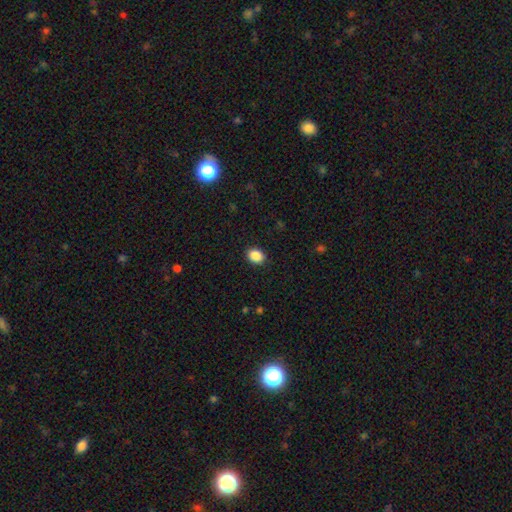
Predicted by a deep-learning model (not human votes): A smooth galaxy with no disk features (89%) that is in between round and cigar-shaped (66%).

Vote fractions:
- Smooth or featured? smooth: 89% / star or artifact: 8% / featured or disk: 3%
- How rounded? in between: 66% / round: 33% / cigar-shaped: 1%
- Merging? none: 90% / minor disturbance: 7% / major disturbance: 2% / merger: 1%